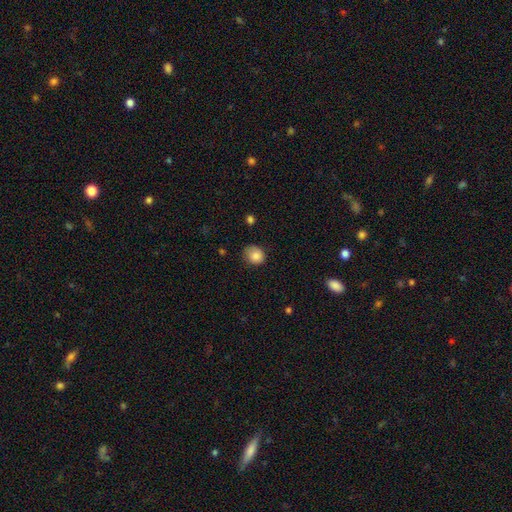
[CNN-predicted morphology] smooth_or_featured: smooth (p=0.83) [alt: star or artifact p=0.09]
how_rounded: round (p=0.71) [alt: in between p=0.28]
merging: none (p=0.63) [alt: minor disturbance p=0.29]